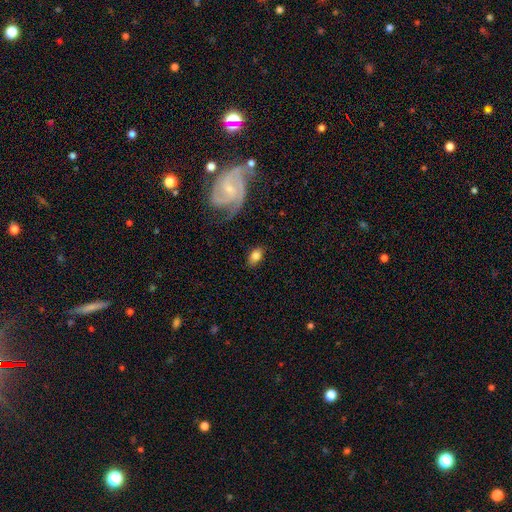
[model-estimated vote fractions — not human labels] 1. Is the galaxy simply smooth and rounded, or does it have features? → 77% smooth, 15% featured or disk, 8% star or artifact.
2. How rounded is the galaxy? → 90% in between, 8% round, 2% cigar-shaped.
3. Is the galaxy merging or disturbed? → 80% none, 13% minor disturbance, 5% major disturbance, 2% merger.